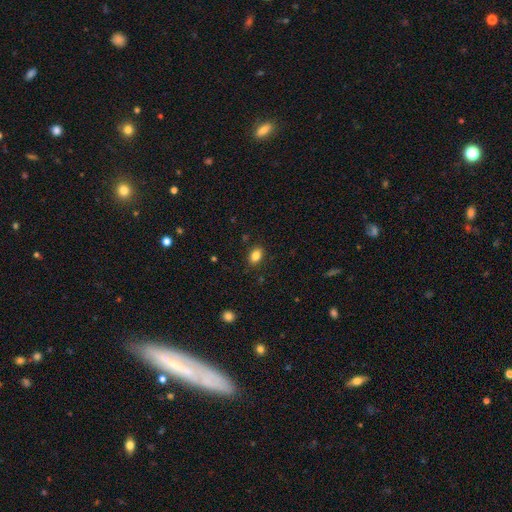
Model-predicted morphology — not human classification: type=smooth (84%); roundness=in between (79%); merging=none (86%).